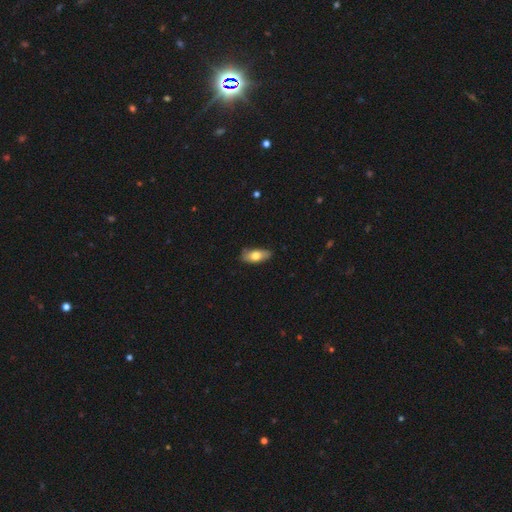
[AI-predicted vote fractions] Morphology: type=smooth (71%); roundness=in between (83%); merging=none (80%).